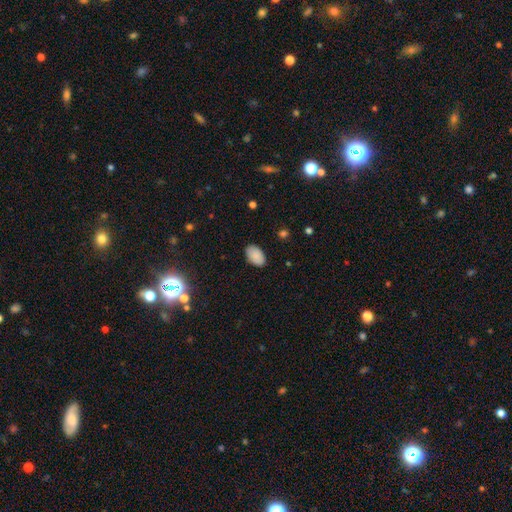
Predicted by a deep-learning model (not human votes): The model was most divided on "merging": none: 87%, minor disturbance: 10%, major disturbance: 2%, merger: 1%. More confident: how rounded — in between (93%); smooth or featured — smooth (88%).